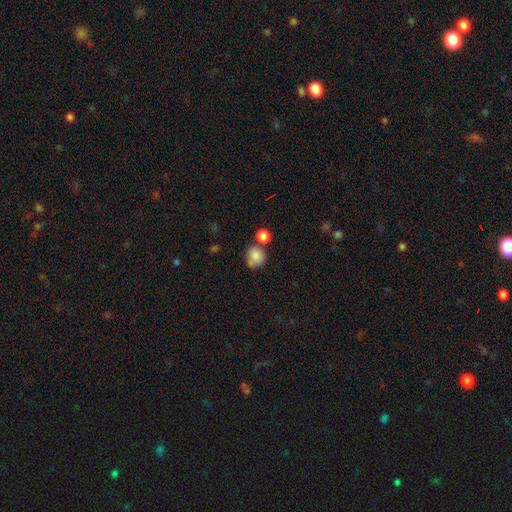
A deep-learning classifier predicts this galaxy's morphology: Smooth or featured? Predicted: smooth (p=0.84). How rounded? Predicted: round (p=0.77). Merging? Predicted: none (p=0.54).